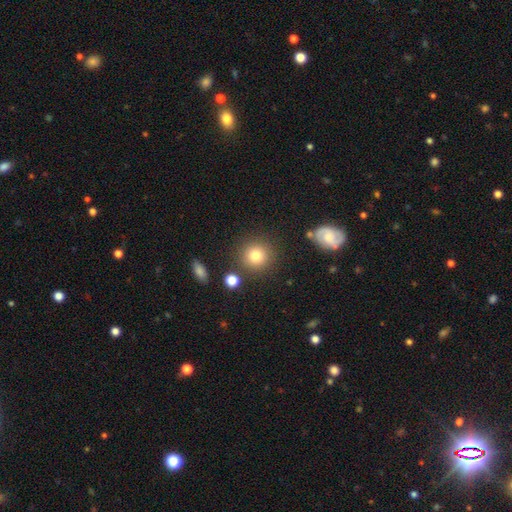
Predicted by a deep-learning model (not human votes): The model was most divided on "smooth or featured": smooth: 81%, star or artifact: 11%, featured or disk: 8%. More confident: how rounded — round (92%); merging — none (84%).